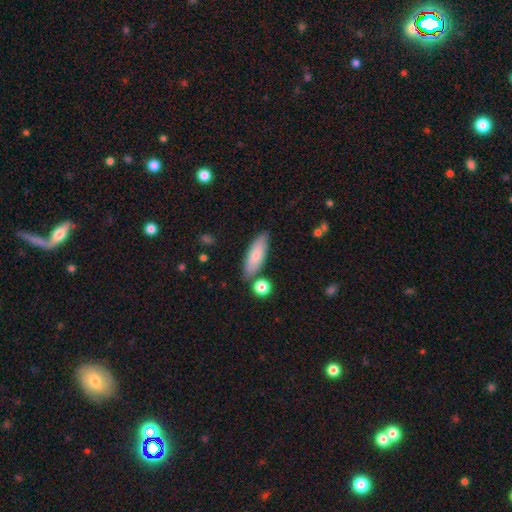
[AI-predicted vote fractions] Smooth or featured? Predicted: smooth (p=0.76). How rounded? Predicted: in between (p=0.58). Merging? Predicted: none (p=0.78).